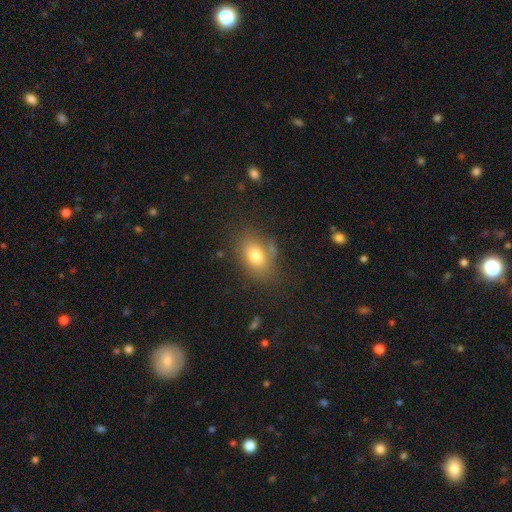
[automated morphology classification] Smooth or featured?
  - smooth: 77% *
  - featured or disk: 13%
  - star or artifact: 11%
How rounded?
  - in between: 80% *
  - round: 18%
  - cigar-shaped: 2%
Merging?
  - none: 71% *
  - minor disturbance: 17%
  - major disturbance: 6%
  - merger: 6%